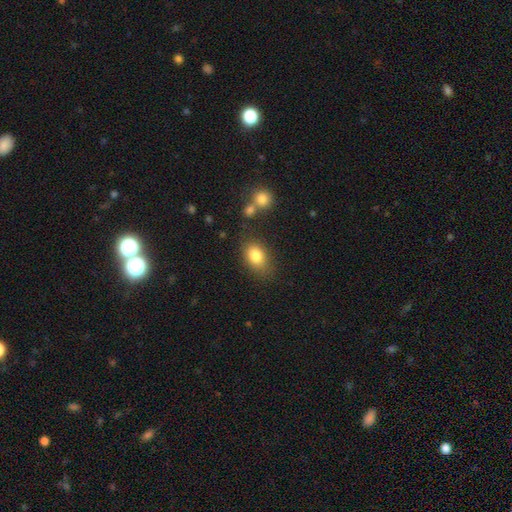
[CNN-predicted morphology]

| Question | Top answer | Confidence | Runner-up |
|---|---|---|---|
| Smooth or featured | smooth | 82% | star or artifact (9%) |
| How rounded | in between | 74% | round (25%) |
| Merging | none | 75% | minor disturbance (15%) |